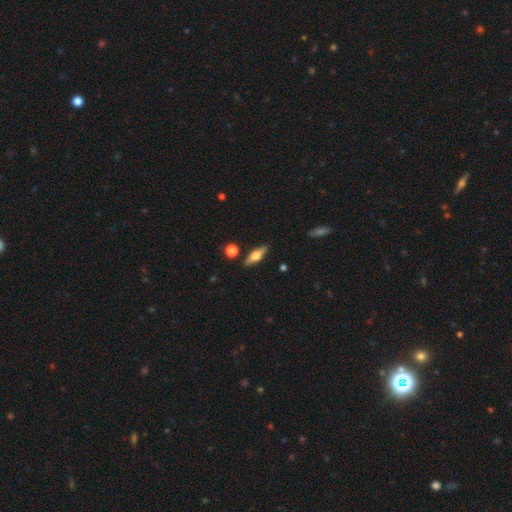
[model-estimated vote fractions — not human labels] Smooth or featured? featured or disk (59%)
Edge-on disk? yes (94%)
Edge-on bulge? rounded (93%)
Merging? none (88%)